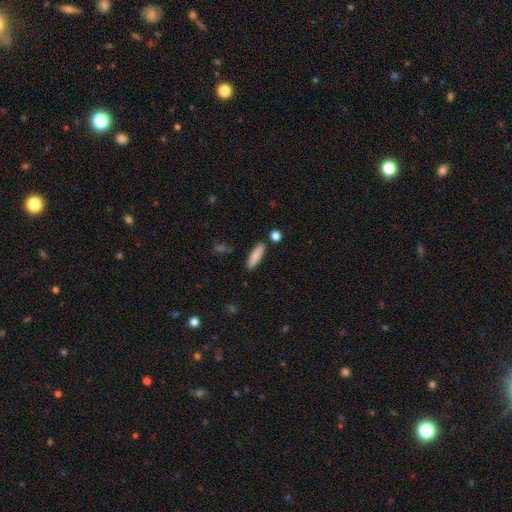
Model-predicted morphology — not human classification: This is clearly a smooth galaxy (86%). How rounded: likely cigar-shaped (62%). Merging: clearly none (86%).